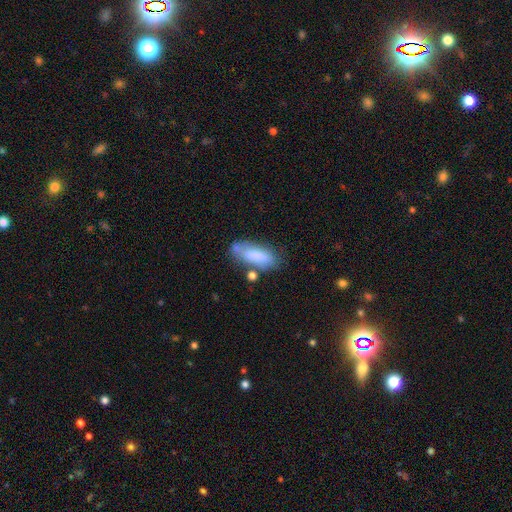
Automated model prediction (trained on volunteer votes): Overall: smooth (77%). How rounded: in between (70%). Merging: none (56%; minor disturbance 23%).